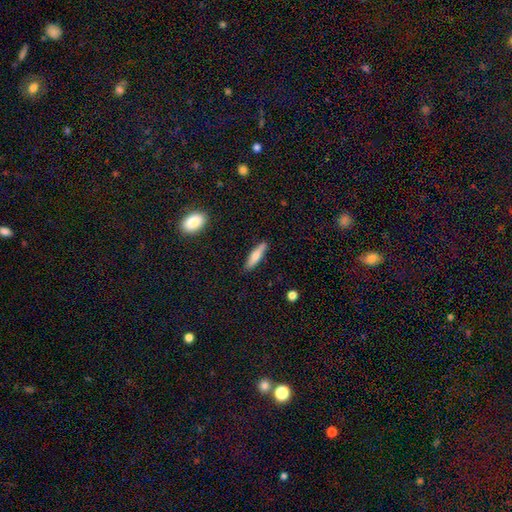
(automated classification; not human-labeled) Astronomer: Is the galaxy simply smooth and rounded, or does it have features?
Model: smooth — 68%.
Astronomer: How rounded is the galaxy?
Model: cigar-shaped — 75%.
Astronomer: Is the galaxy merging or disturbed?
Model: none — 87%.